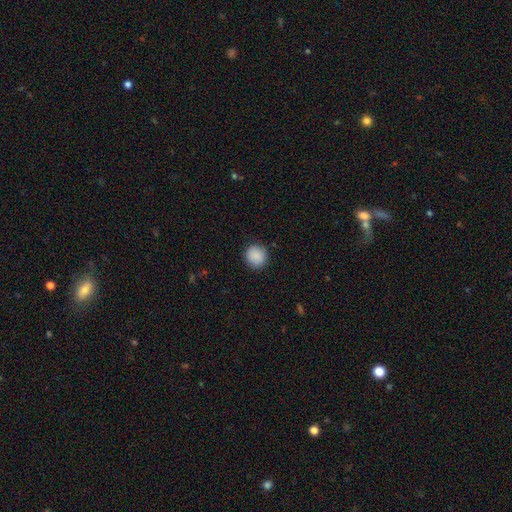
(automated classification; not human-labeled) smooth_or_featured: smooth (p=0.89) [alt: star or artifact p=0.08]
how_rounded: round (p=0.91) [alt: in between p=0.08]
merging: none (p=0.89) [alt: minor disturbance p=0.08]